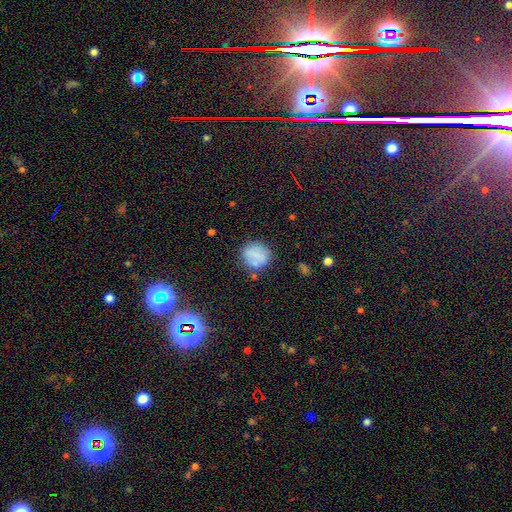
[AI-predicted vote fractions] Overall: smooth (77%). How rounded: round (84%). Merging: none (72%).